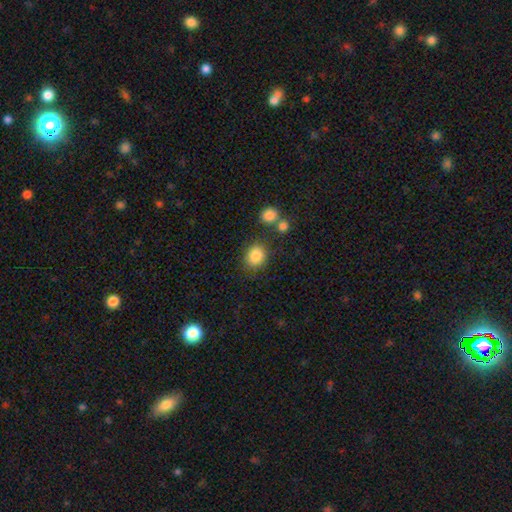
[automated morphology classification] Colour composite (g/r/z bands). It shows a smooth galaxy with no disk features (85%) that is round (56%). Merging: none (77%).